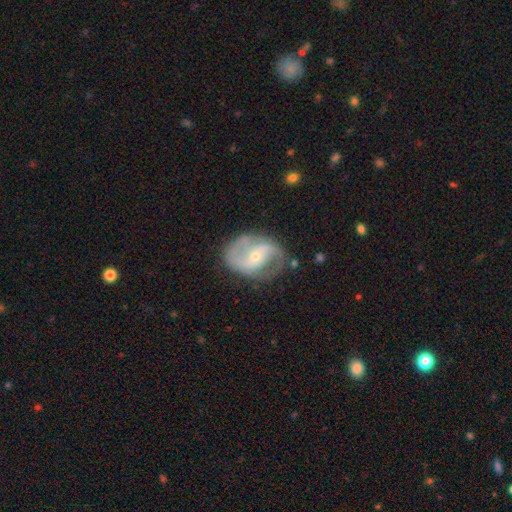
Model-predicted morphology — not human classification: A featured or disk galaxy (86%) with a weak bar (42%), 2 (89%) medium (50%) spiral arms (95%) and a small central bulge (62%).

Vote fractions:
- Smooth or featured? featured or disk: 86% / smooth: 9% / star or artifact: 5%
- Edge-on disk? no: 97% / yes: 3%
- Bar? weak: 42% / no: 35% / strong: 23%
- Spiral arms? yes: 95% / no: 5%
- Spiral winding? medium: 50% / loose: 30% / tight: 20%
- Spiral arm count? 2: 89% / can't tell: 5% / 1: 3% / 3: 2% / 4: 1% / more than 4: 1%
- Bulge size? small: 62% / moderate: 34% / large: 1% / none: 1% / dominant: 1%
- Merging? none: 74% / minor disturbance: 17% / major disturbance: 8% / merger: 2%